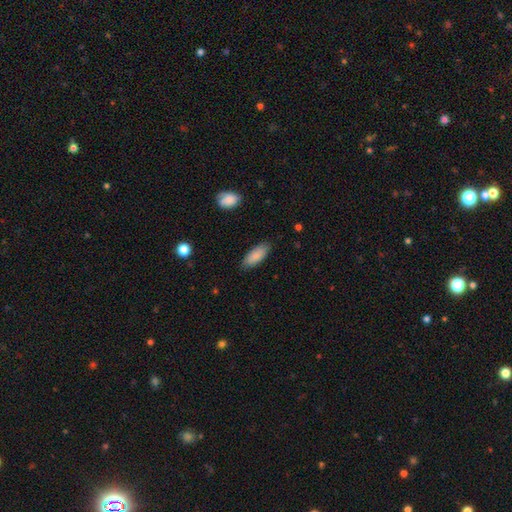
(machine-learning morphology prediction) smooth_or_featured: smooth (p=0.87) [alt: featured or disk p=0.07]
how_rounded: in between (p=0.79) [alt: cigar-shaped p=0.19]
merging: none (p=0.83) [alt: minor disturbance p=0.13]